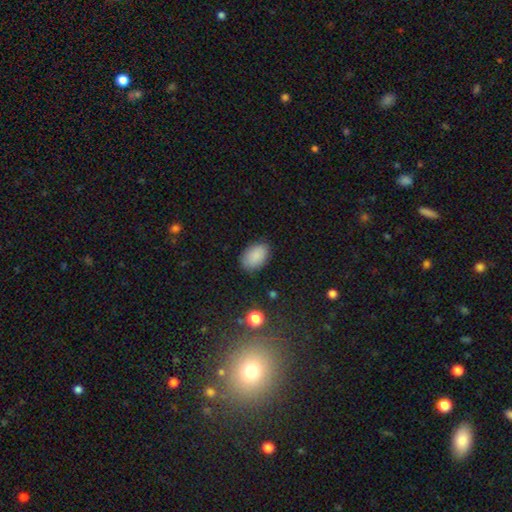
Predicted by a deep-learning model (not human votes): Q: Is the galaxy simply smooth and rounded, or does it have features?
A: smooth — 87%.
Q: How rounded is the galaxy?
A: in between — 91%.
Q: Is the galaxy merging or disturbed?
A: none — 84%.